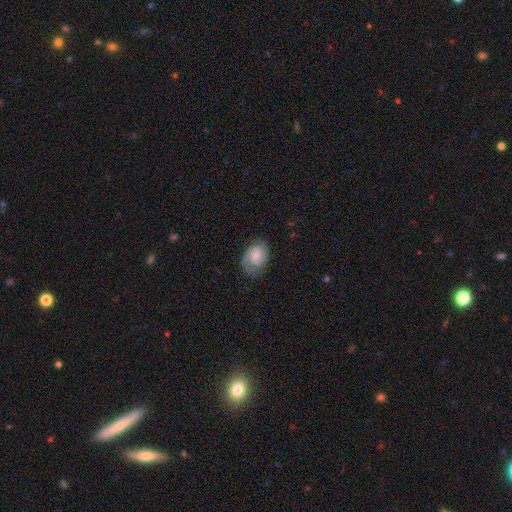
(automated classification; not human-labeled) A featured or disk galaxy (81%) with a weak bar (48%), 2 (89%) medium (46%) spiral arms (97%) and a small central bulge (36%).

Vote fractions:
- Smooth or featured? featured or disk: 81% / smooth: 14% / star or artifact: 6%
- Edge-on disk? no: 98% / yes: 2%
- Bar? weak: 48% / no: 42% / strong: 10%
- Spiral arms? yes: 97% / no: 3%
- Spiral winding? medium: 46% / tight: 43% / loose: 11%
- Spiral arm count? 2: 89% / can't tell: 5% / 1: 2% / 3: 2% / 4: 1% / more than 4: 1%
- Bulge size? small: 36% / moderate: 34% / none: 22% / large: 6% / dominant: 1%
- Merging? none: 78% / minor disturbance: 16% / major disturbance: 5% / merger: 1%